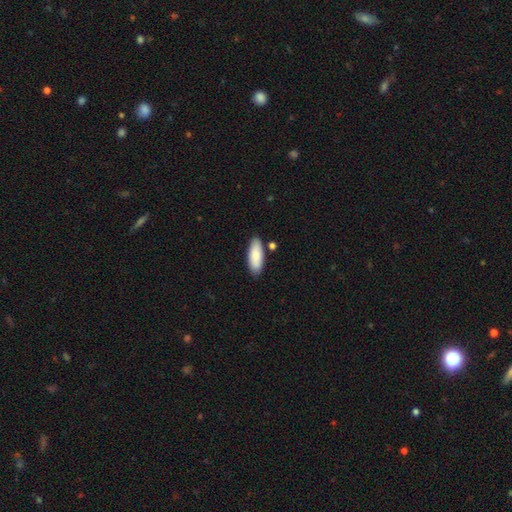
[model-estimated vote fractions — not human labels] Smooth or featured?
  - smooth: 87% *
  - featured or disk: 8%
  - star or artifact: 6%
How rounded?
  - in between: 74% *
  - cigar-shaped: 24%
  - round: 2%
Merging?
  - none: 83% *
  - minor disturbance: 11%
  - merger: 4%
  - major disturbance: 2%